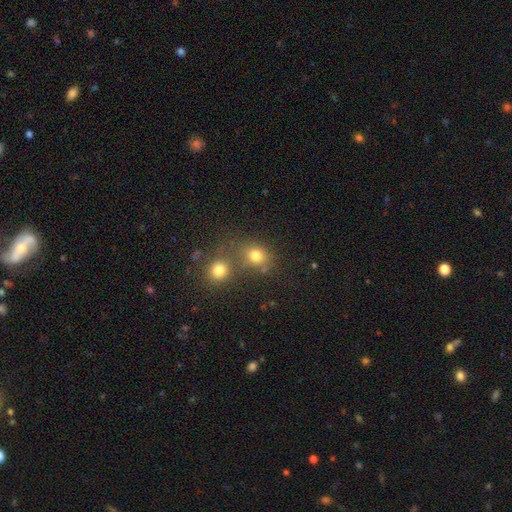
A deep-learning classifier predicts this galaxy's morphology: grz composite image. It shows a smooth galaxy with no disk features (76%) that is round (67%). Merging: none (52%).